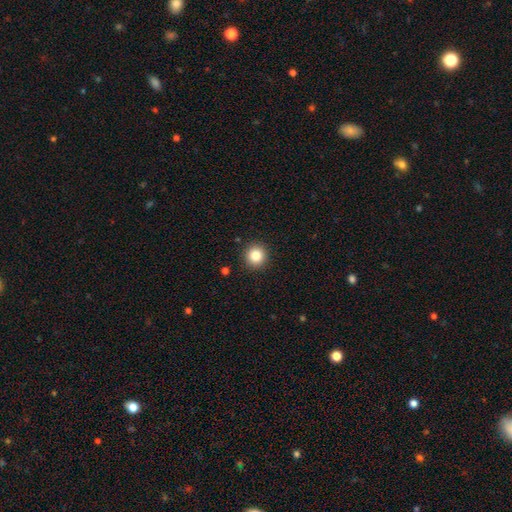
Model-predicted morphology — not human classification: Smooth or featured? smooth (84%)
How rounded? round (95%)
Merging? none (92%)